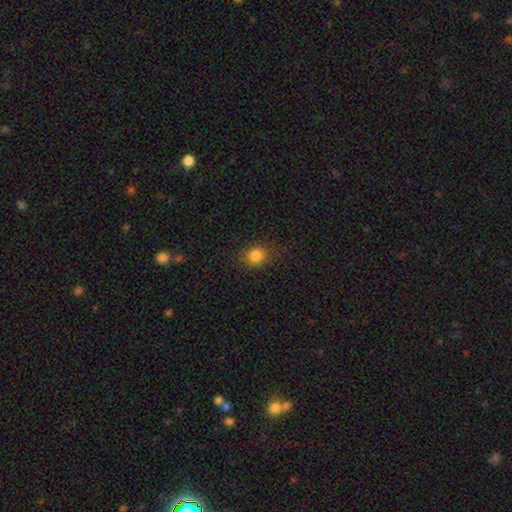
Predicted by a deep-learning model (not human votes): smooth-or-featured: smooth: 84% | star or artifact: 12% | featured or disk: 4%
  how-rounded: round: 76% | in between: 23% | cigar-shaped: 1%
  merging: none: 85% | minor disturbance: 11% | major disturbance: 3% | merger: 1%